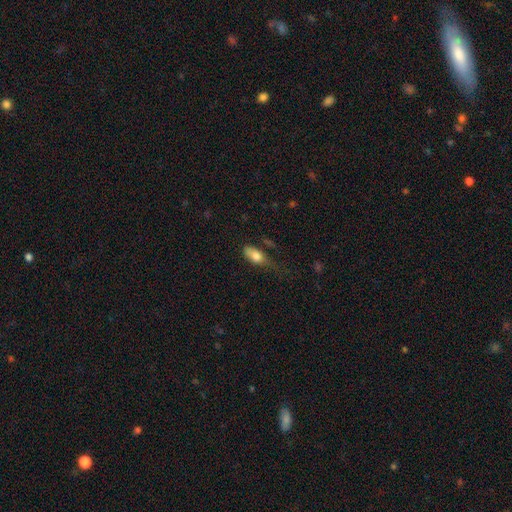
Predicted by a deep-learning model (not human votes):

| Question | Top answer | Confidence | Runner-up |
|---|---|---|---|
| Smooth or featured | smooth | 78% | featured or disk (14%) |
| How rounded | in between | 82% | cigar-shaped (13%) |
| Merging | minor disturbance | 37% | none (31%) |